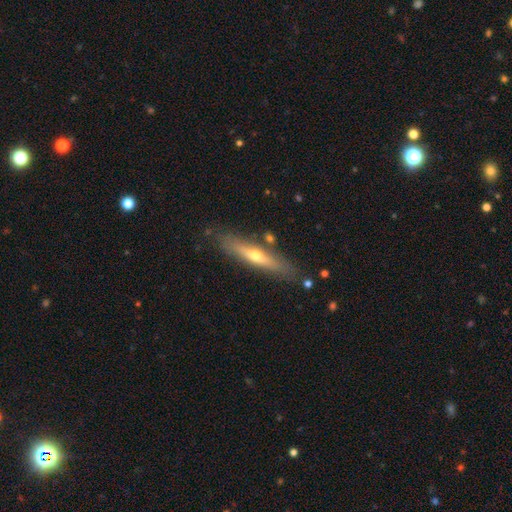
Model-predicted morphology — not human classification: Smooth or featured: featured or disk — 56% (smooth — 37%)
Edge-on disk: yes — 87% (no — 13%)
Merging: none — 82% (minor disturbance — 11%)